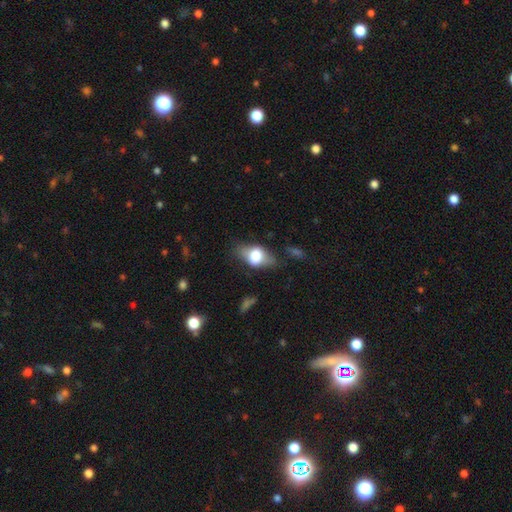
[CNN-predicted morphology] Smooth or featured? Predicted: smooth (p=0.59). How rounded? Predicted: in between (p=0.81). Merging? Predicted: none (p=0.59).